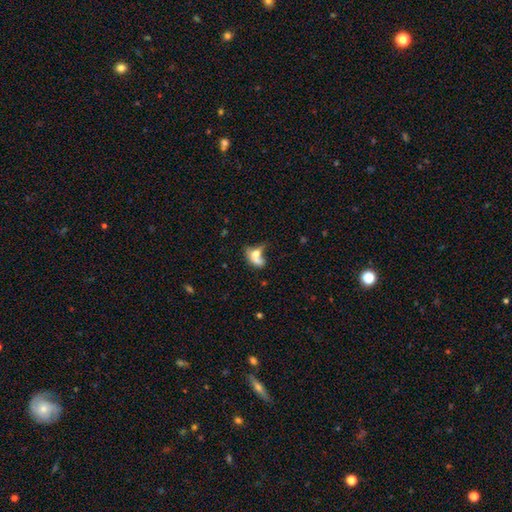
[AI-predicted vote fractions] A smooth galaxy with no disk features (62%) that is in between round and cigar-shaped (72%). Merging: merger (40%).